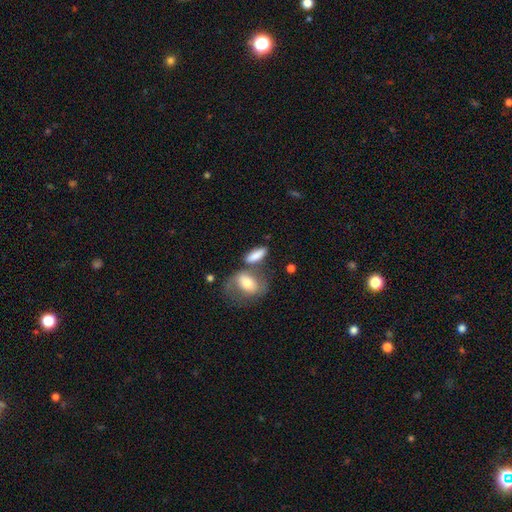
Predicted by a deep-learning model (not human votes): A smooth galaxy with no disk features (80%) that is in between round and cigar-shaped (66%). Merging: none (46%).